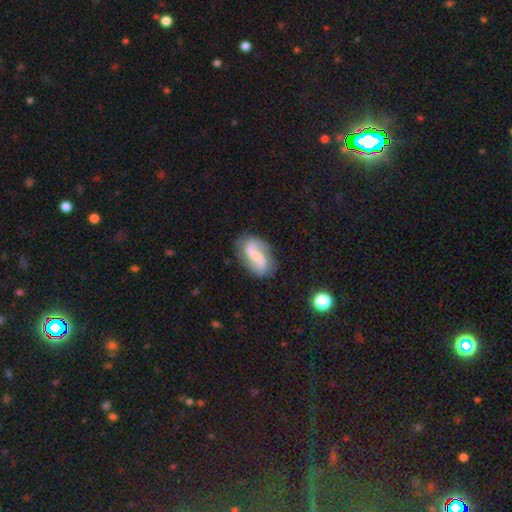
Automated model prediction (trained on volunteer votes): Smooth or featured? Predicted: featured or disk (p=0.80). Edge-on disk? Predicted: no (p=0.97). Bar? Predicted: weak (p=0.46). Spiral arms? Predicted: yes (p=0.95). Spiral winding? Predicted: loose (p=0.51). Spiral arm count? Predicted: 2 (p=0.90). Bulge size? Predicted: small (p=0.52). Merging? Predicted: none (p=0.76).